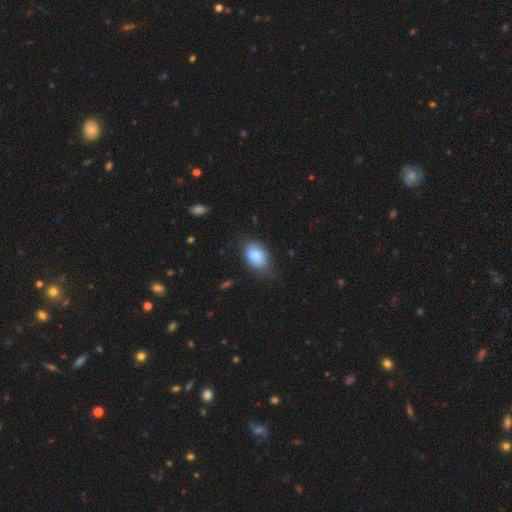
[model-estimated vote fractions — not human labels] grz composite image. It shows a smooth galaxy with no disk features (83%) that is in between round and cigar-shaped (85%). Merging: none (67%).